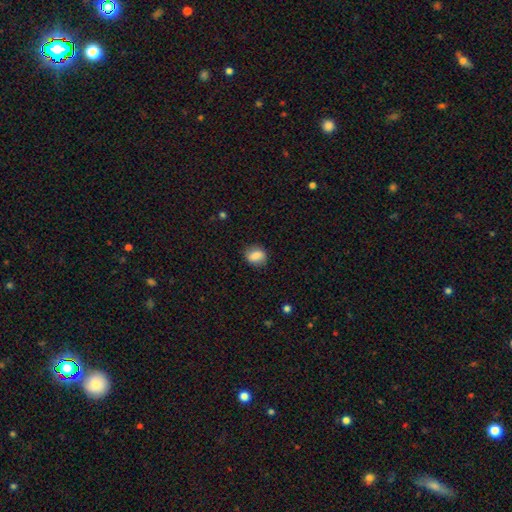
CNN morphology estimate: Q: Smooth or featured?
A: smooth (80%); runner-up: featured or disk (12%)
Q: How rounded?
A: in between (51%); runner-up: round (47%)
Q: Merging?
A: none (81%); runner-up: minor disturbance (14%)